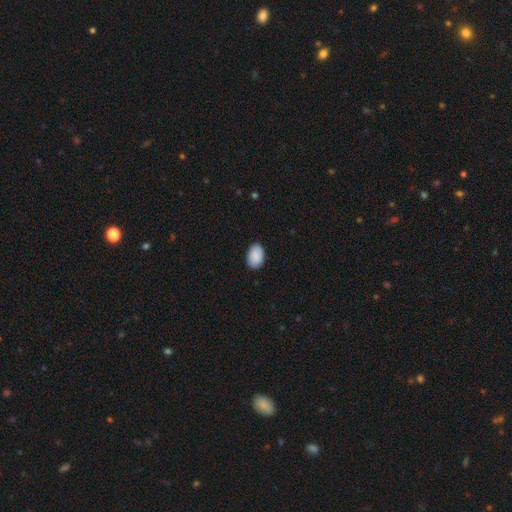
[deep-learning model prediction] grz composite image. It shows a smooth galaxy with no disk features (90%) that is in between round and cigar-shaped (89%). Merging: none (86%).